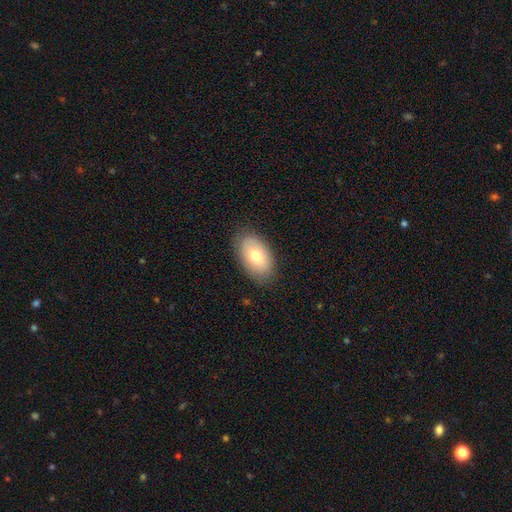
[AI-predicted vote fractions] Morphology: type=smooth (72%); roundness=in between (92%); merging=none (84%).